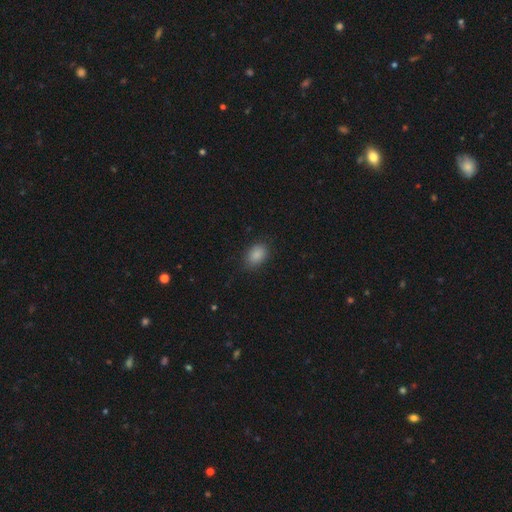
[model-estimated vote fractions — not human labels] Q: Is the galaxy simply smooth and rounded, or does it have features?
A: smooth — 85%.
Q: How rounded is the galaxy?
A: in between — 76%.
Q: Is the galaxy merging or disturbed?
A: none — 85%.